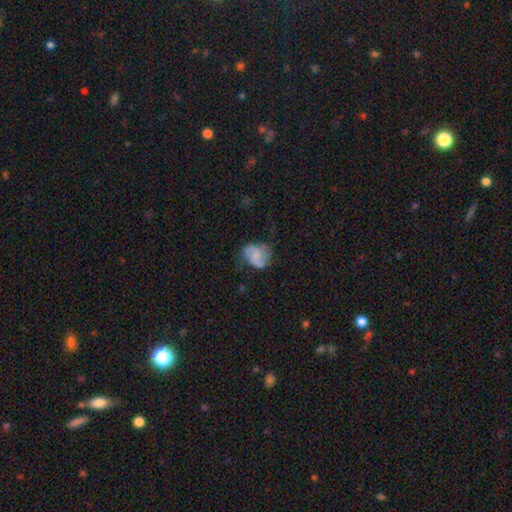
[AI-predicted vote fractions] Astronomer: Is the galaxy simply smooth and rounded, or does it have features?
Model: featured or disk — 54% (runner-up: smooth, 37%).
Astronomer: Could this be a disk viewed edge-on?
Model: no — 98%.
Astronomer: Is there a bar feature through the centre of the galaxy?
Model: no — 58% (runner-up: weak, 35%).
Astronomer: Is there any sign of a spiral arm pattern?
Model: yes — 89%.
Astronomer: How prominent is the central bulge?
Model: none — 47% (runner-up: small, 32%).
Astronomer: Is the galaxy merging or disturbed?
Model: none — 57%.